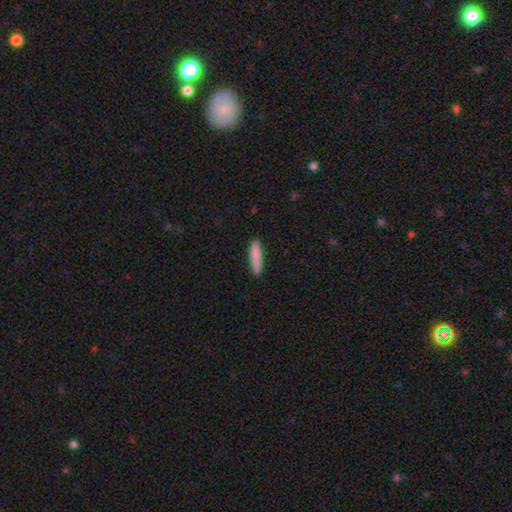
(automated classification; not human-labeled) Overall: smooth (85%). How rounded: cigar-shaped (78%). Merging: none (86%).